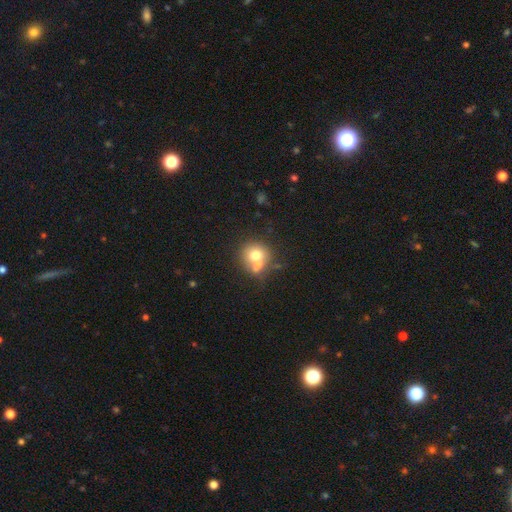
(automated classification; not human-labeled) Smooth or featured: smooth — 67% (featured or disk — 22%)
How rounded: round — 78% (in between — 21%)
Merging: merger — 53% (none — 35%)